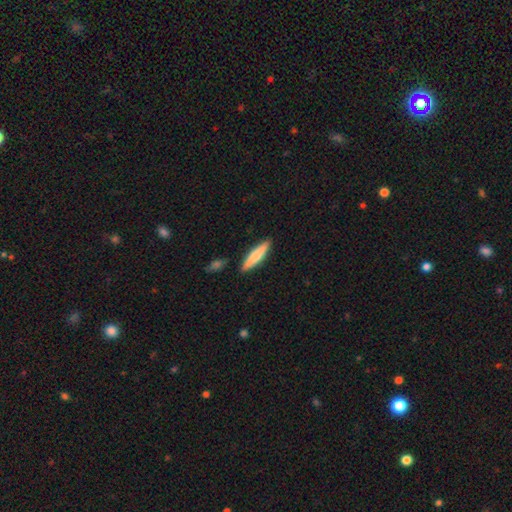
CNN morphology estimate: type=smooth (70%); roundness=cigar-shaped (83%); merging=none (88%).